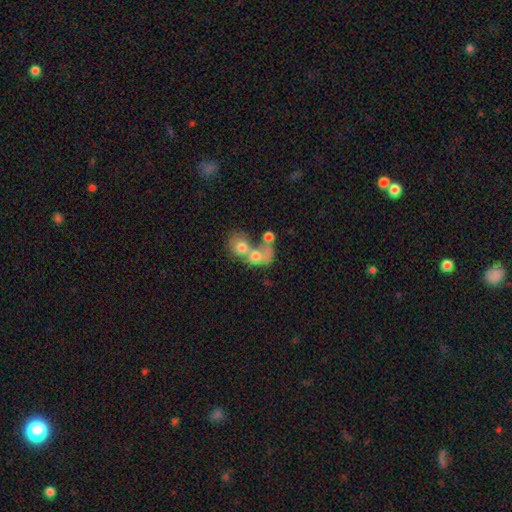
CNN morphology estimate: smooth_or_featured: smooth (p=0.58) [alt: featured or disk p=0.30]
how_rounded: round (p=0.57) [alt: in between p=0.41]
merging: merger (p=0.74) [alt: none p=0.14]